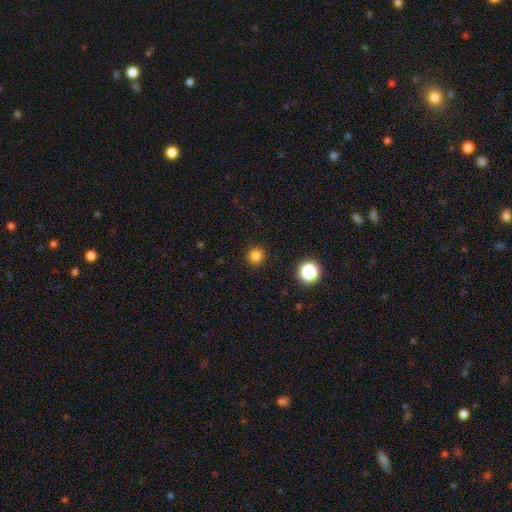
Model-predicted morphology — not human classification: smooth_or_featured: smooth (p=0.81) [alt: star or artifact p=0.15]
how_rounded: round (p=0.92) [alt: in between p=0.07]
merging: none (p=0.91) [alt: minor disturbance p=0.06]